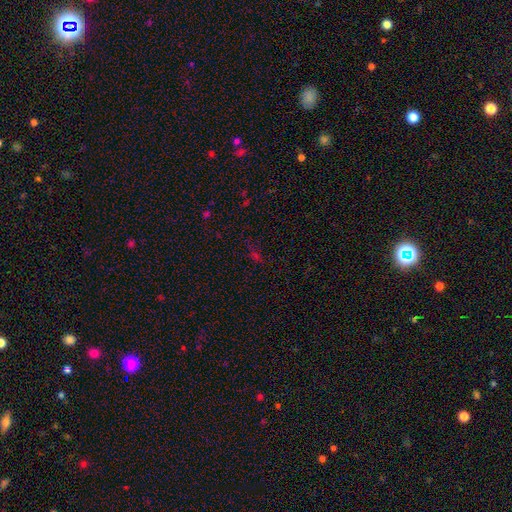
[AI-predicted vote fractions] Overall: star or artifact (54%; smooth 36%).